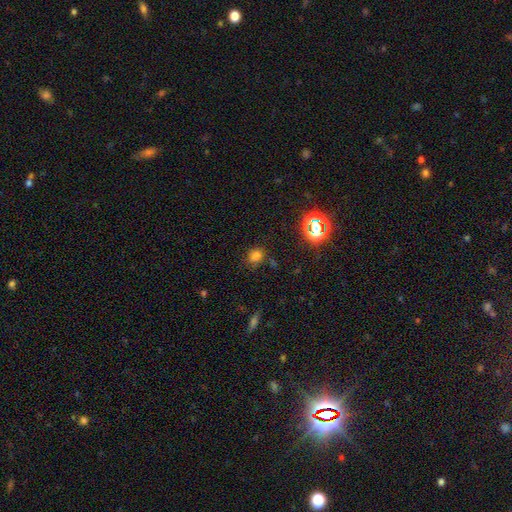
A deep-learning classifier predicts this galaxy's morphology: Smooth or featured: smooth — 73% (star or artifact — 21%)
How rounded: round — 65% (in between — 34%)
Merging: none — 77% (minor disturbance — 15%)